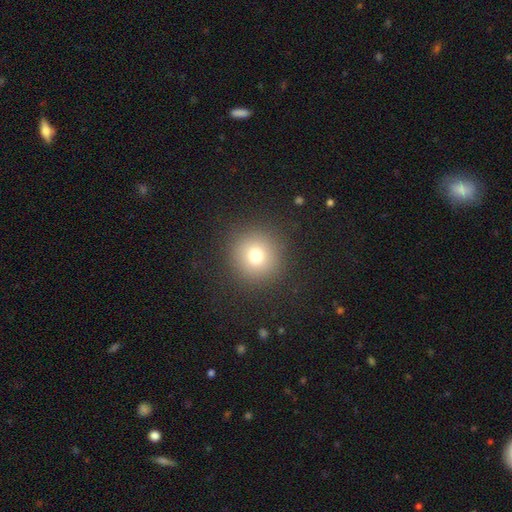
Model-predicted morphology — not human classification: This is likely a smooth galaxy (75%). How rounded: clearly round (94%). Merging: clearly none (90%).